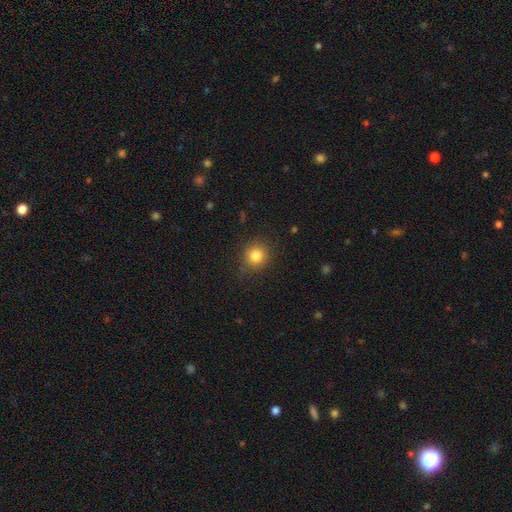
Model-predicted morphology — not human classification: smooth 82%, star or artifact 11%, featured or disk 6%. Down the decision tree: how rounded — round (87%); merging — none (83%).